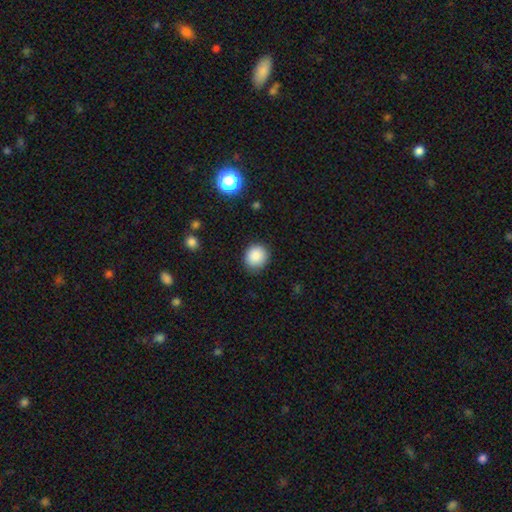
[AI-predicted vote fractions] This appears to be a smooth galaxy with no disk features (87%) that is round (82%). Merging: none (85%).